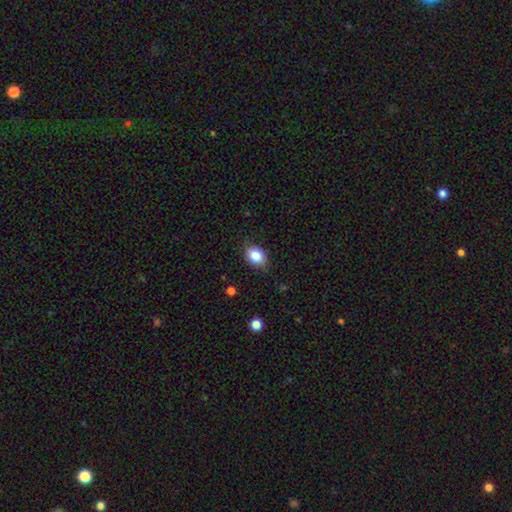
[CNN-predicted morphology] Smooth or featured?
  - smooth: 83% *
  - star or artifact: 9%
  - featured or disk: 8%
How rounded?
  - in between: 68% *
  - round: 31%
  - cigar-shaped: 1%
Merging?
  - none: 82% *
  - minor disturbance: 14%
  - major disturbance: 3%
  - merger: 1%